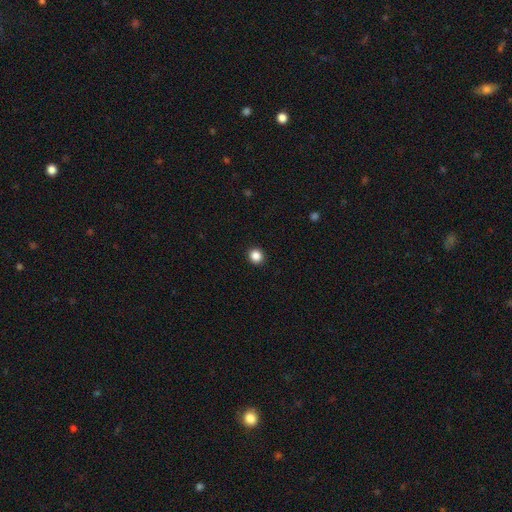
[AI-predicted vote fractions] Smooth or featured? Predicted: smooth (p=0.86). How rounded? Predicted: round (p=0.89). Merging? Predicted: none (p=0.93).